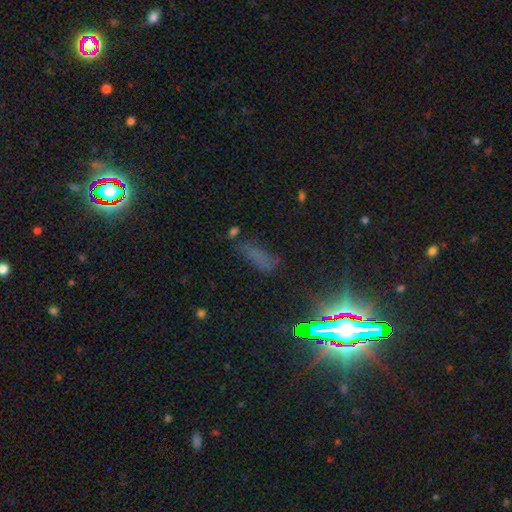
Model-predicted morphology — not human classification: type=star or artifact (45%).